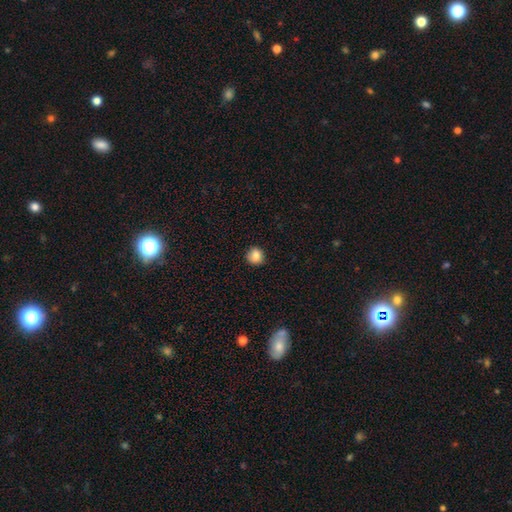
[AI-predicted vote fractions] Morphology: type=smooth (86%); roundness=round (86%); merging=none (84%).